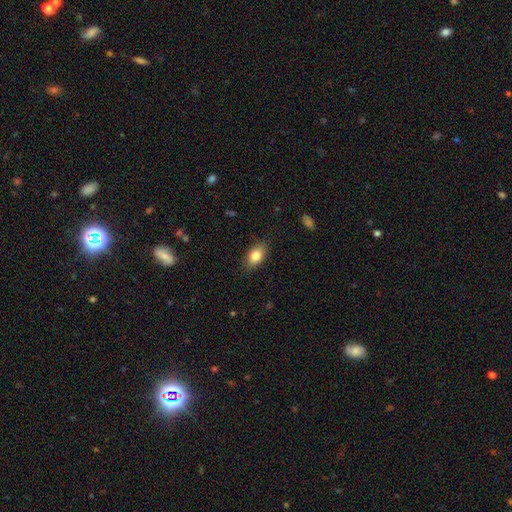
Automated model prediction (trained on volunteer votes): This is clearly a smooth galaxy (83%). How rounded: clearly in between (88%). Merging: clearly none (85%).